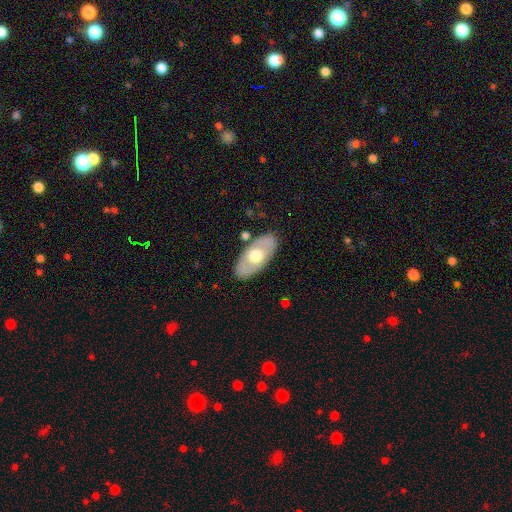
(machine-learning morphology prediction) Smooth or featured?
  - smooth: 50% *
  - featured or disk: 45%
  - star or artifact: 5%
How rounded?
  - in between: 92% *
  - round: 5%
  - cigar-shaped: 3%
Merging?
  - none: 82% *
  - minor disturbance: 11%
  - merger: 3%
  - major disturbance: 3%